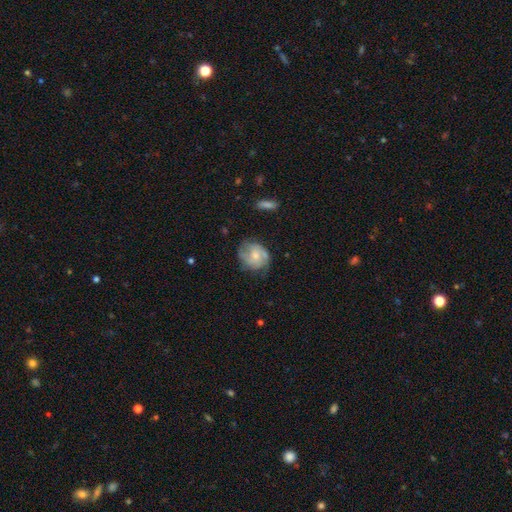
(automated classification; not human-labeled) A featured or disk galaxy (57%) with no bar (73%), spiral arms (82%) and a small central bulge (49%). Merging: none (63%).